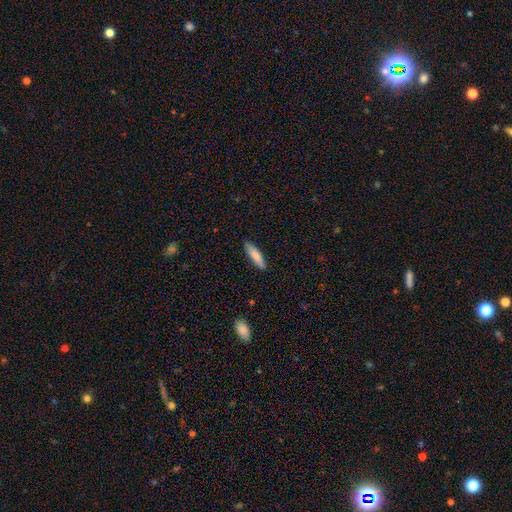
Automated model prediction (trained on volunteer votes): smooth_or_featured: smooth (p=0.85) [alt: featured or disk p=0.09]
how_rounded: cigar-shaped (p=0.66) [alt: in between p=0.32]
merging: none (p=0.86) [alt: minor disturbance p=0.11]